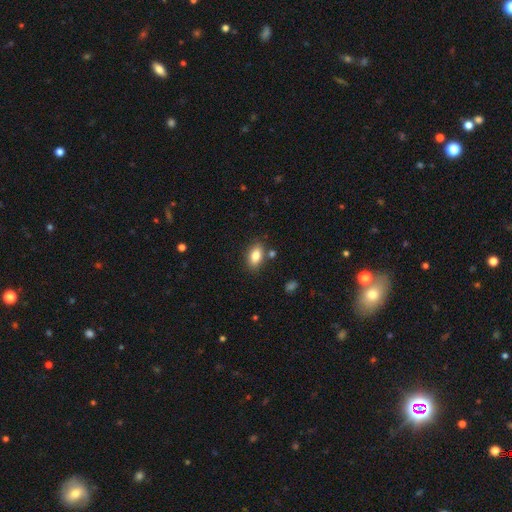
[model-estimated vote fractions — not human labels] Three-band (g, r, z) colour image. It shows a smooth galaxy with no disk features (83%) that is in between round and cigar-shaped (88%). Merging: none (80%).